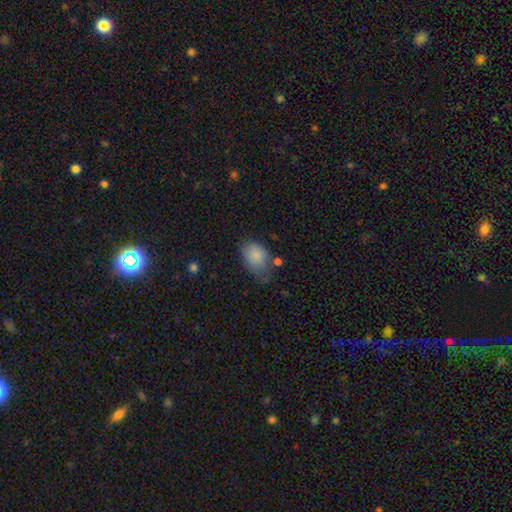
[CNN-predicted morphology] type=smooth (84%); roundness=in between (74%); merging=none (42%).